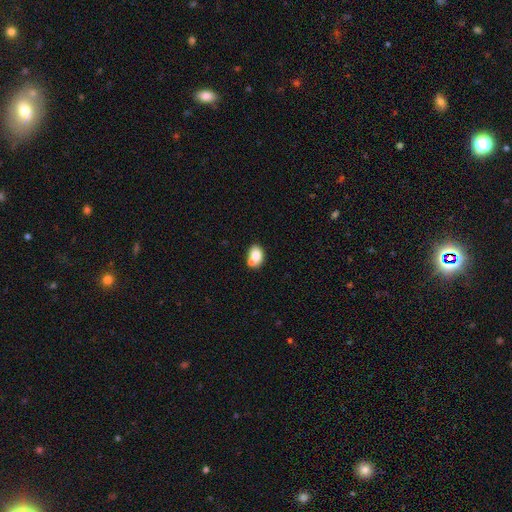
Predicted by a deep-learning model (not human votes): The model was most divided on "merging": none: 44%, merger: 38%, minor disturbance: 13%, major disturbance: 4%. More confident: smooth or featured — smooth (76%); how rounded — in between (71%).